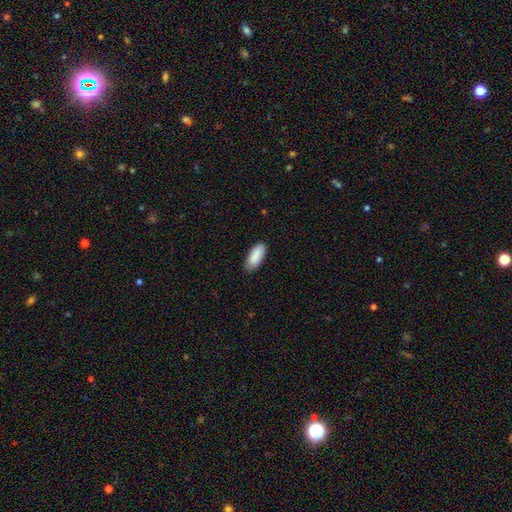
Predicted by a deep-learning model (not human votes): Smooth or featured: smooth — 89% (star or artifact — 6%)
How rounded: in between — 80% (cigar-shaped — 19%)
Merging: none — 84% (minor disturbance — 13%)